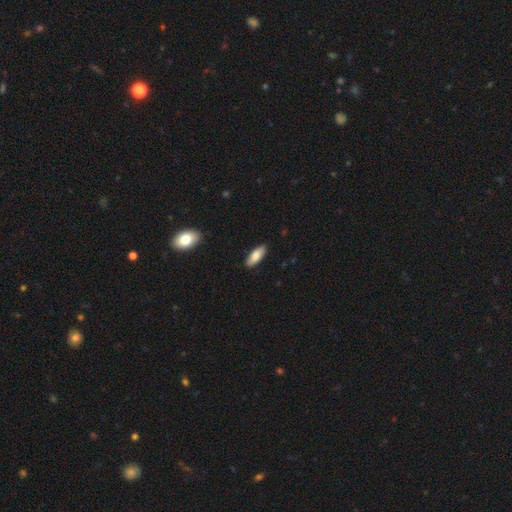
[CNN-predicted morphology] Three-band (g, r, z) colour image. It shows a smooth galaxy with no disk features (78%) that is in between round and cigar-shaped (72%). Merging: none (88%).